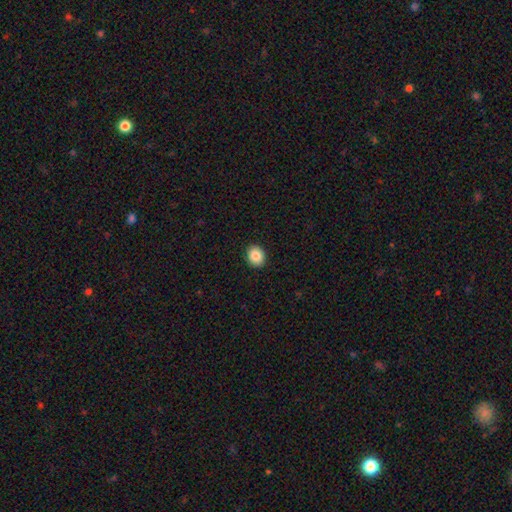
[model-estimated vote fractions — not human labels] This appears to be a smooth galaxy with no disk features (86%) that is round (64%). Merging: none (92%).